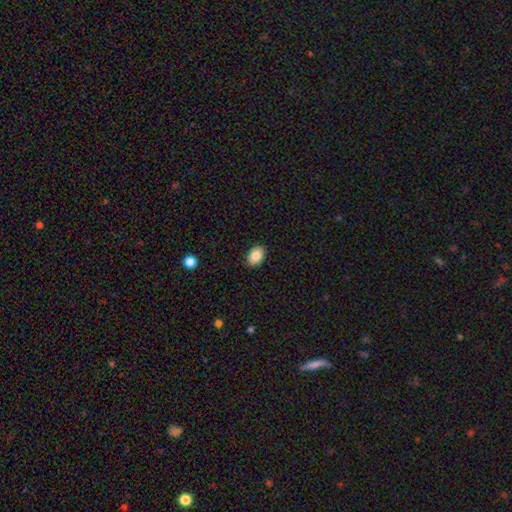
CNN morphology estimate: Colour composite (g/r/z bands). It shows a smooth galaxy with no disk features (86%) that is in between round and cigar-shaped (80%). Merging: none (89%).